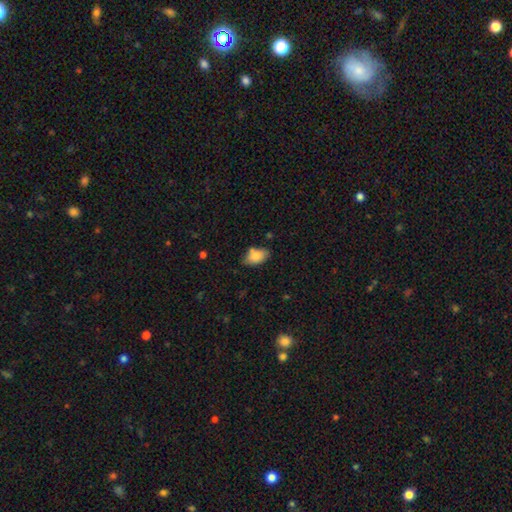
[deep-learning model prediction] This appears to be a smooth galaxy with no disk features (84%) that is in between round and cigar-shaped (91%). Merging: none (67%).